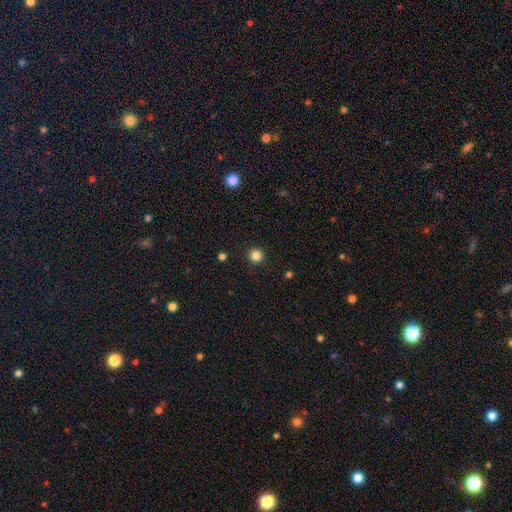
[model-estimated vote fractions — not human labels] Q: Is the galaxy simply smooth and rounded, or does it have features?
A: smooth — 84%.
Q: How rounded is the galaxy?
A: round — 96%.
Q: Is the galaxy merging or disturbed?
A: none — 93%.